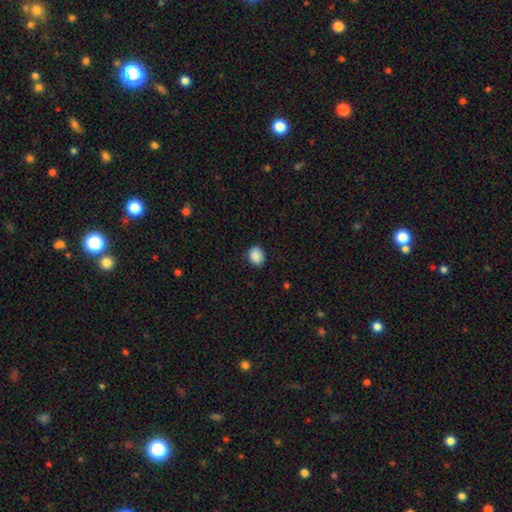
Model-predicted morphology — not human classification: Smooth or featured? Predicted: smooth (p=0.90). How rounded? Predicted: in between (p=0.60). Merging? Predicted: none (p=0.85).